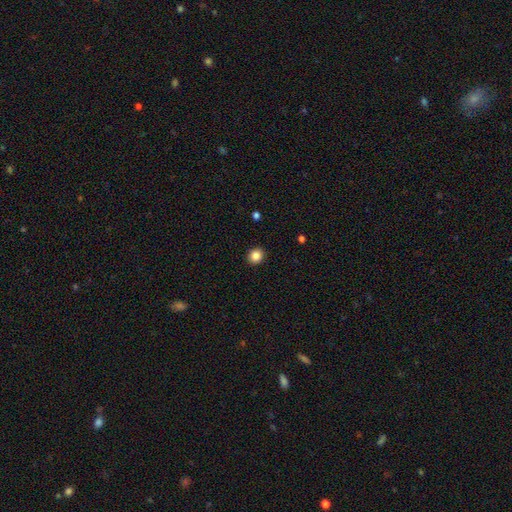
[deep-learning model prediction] smooth-or-featured: smooth: 86% | star or artifact: 10% | featured or disk: 4%
  how-rounded: round: 85% | in between: 14% | cigar-shaped: 1%
  merging: none: 92% | minor disturbance: 5% | major disturbance: 2% | merger: 1%